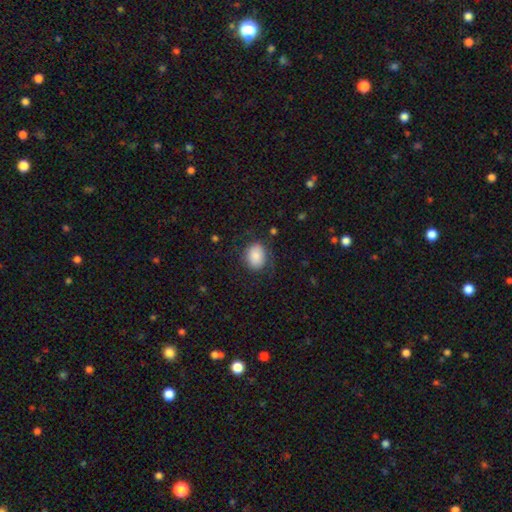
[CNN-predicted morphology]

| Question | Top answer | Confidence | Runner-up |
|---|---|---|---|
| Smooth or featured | smooth | 83% | featured or disk (9%) |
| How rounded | in between | 56% | round (43%) |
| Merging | none | 72% | minor disturbance (17%) |